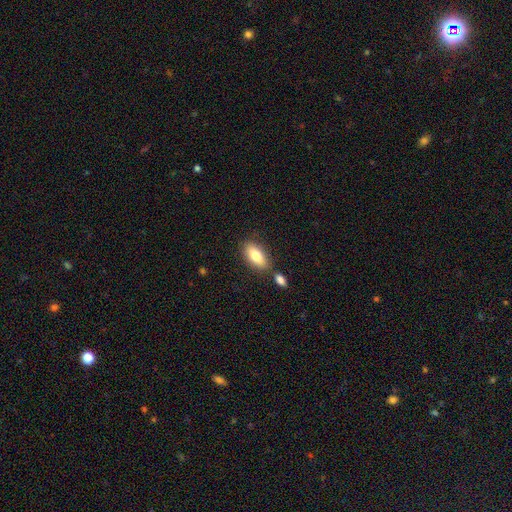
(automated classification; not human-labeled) Overall: smooth (79%). How rounded: in between (87%). Merging: none (72%).